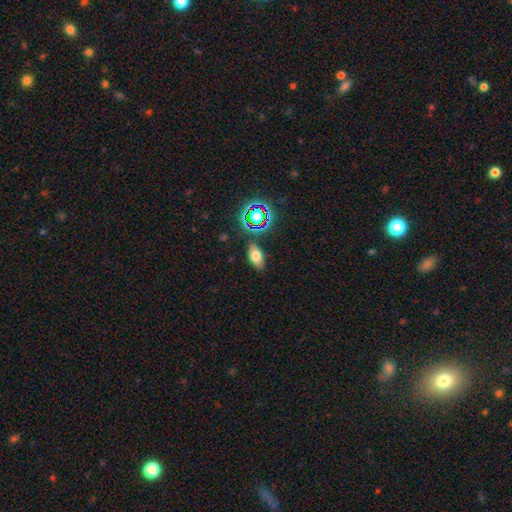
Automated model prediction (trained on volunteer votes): Smooth or featured? Predicted: smooth (p=0.69). How rounded? Predicted: in between (p=0.88). Merging? Predicted: none (p=0.81).